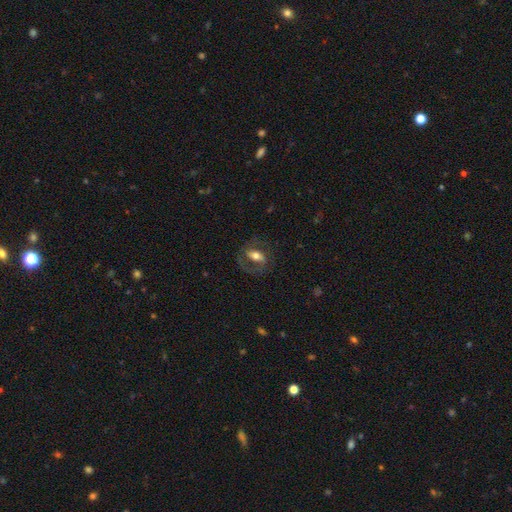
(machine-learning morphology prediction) This appears to be a featured or disk galaxy (60%) with a strong bar (39%), spiral arms (72%) and a moderate central bulge (61%). Merging: none (66%).